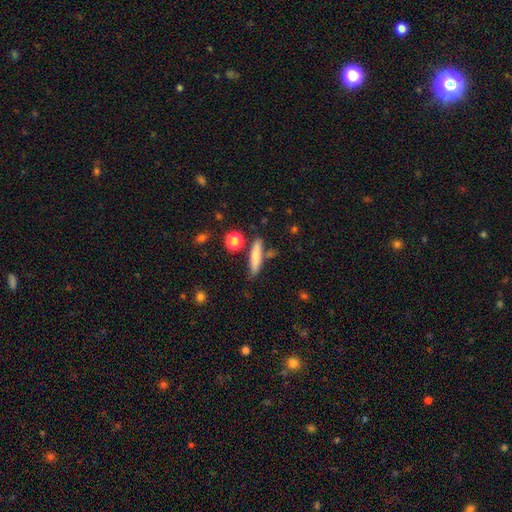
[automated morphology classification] smooth_or_featured: smooth (p=0.75) [alt: featured or disk p=0.17]
how_rounded: cigar-shaped (p=0.80) [alt: in between p=0.17]
merging: none (p=0.76) [alt: minor disturbance p=0.13]